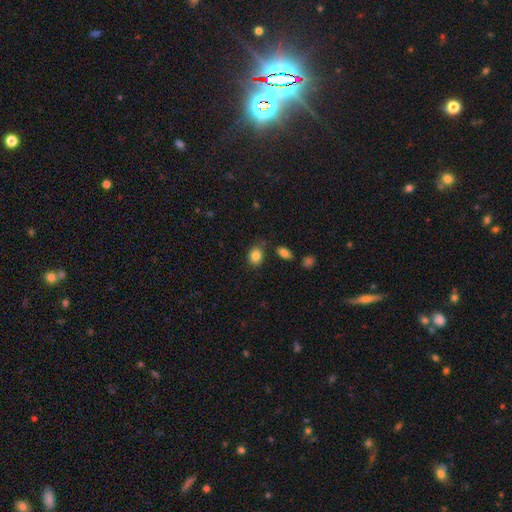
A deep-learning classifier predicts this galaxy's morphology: A smooth galaxy with no disk features (84%) that is in between round and cigar-shaped (55%).

Vote fractions:
- Smooth or featured? smooth: 84% / star or artifact: 9% / featured or disk: 7%
- How rounded? in between: 55% / round: 44% / cigar-shaped: 1%
- Merging? none: 77% / minor disturbance: 13% / merger: 7% / major disturbance: 3%